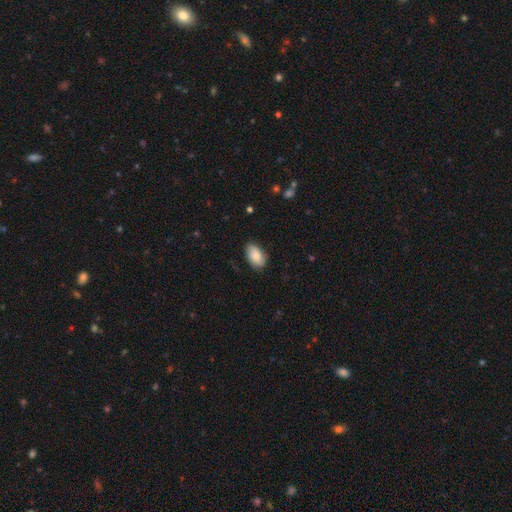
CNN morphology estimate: Overall: smooth (82%). How rounded: in between (93%). Merging: none (78%).